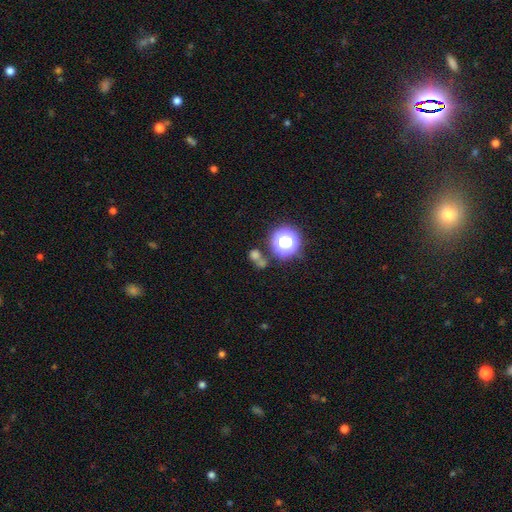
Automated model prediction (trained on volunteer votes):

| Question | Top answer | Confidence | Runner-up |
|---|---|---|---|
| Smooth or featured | smooth | 48% | star or artifact (41%) |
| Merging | none | 57% | merger (26%) |